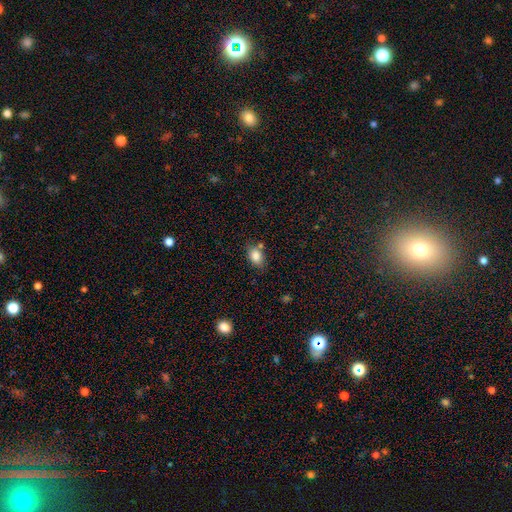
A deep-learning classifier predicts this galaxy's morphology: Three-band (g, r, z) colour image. It shows a smooth galaxy with no disk features (84%) that is in between round and cigar-shaped (81%). Merging: none (69%).